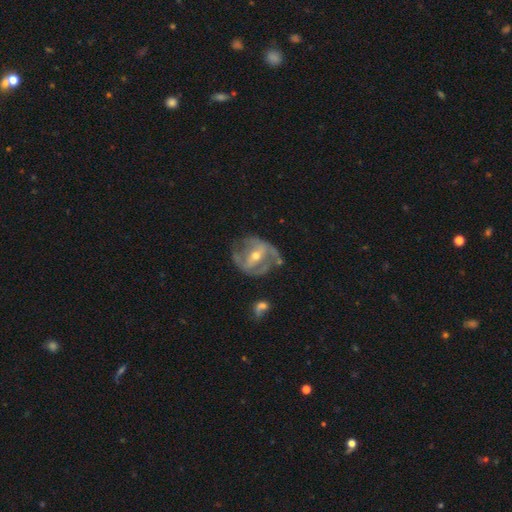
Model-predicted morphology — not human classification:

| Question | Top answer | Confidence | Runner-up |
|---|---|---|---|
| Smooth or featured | featured or disk | 82% | smooth (12%) |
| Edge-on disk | no | 95% | yes (5%) |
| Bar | strong | 48% | weak (34%) |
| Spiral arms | yes | 74% | no (26%) |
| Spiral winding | medium | 44% | tight (31%) |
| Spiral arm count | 2 | 66% | can't tell (18%) |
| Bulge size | moderate | 61% | small (35%) |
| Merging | none | 58% | minor disturbance (23%) |